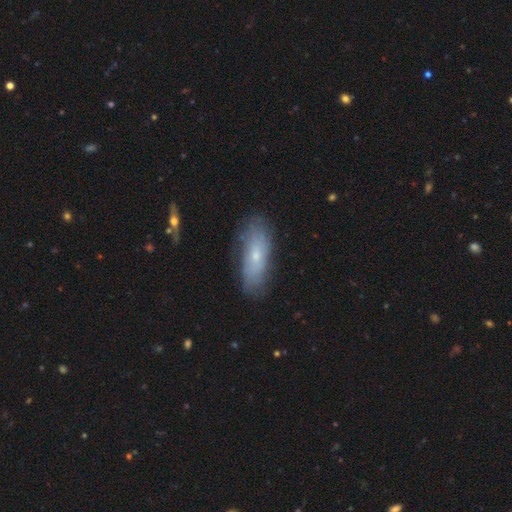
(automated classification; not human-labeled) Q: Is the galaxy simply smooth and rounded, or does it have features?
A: smooth — 51%.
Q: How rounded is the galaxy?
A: in between — 68%.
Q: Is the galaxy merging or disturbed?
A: none — 76%.